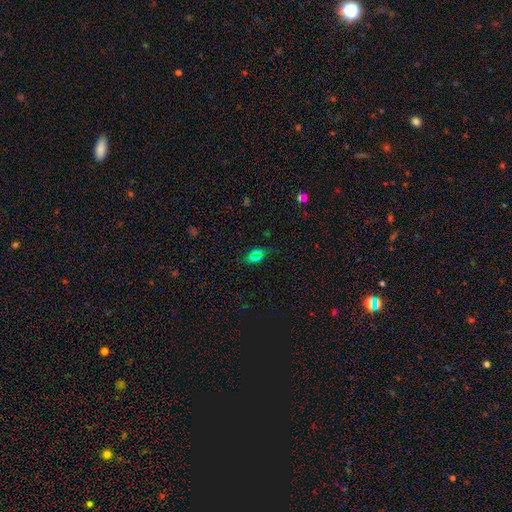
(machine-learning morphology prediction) This appears to be a smooth galaxy with no disk features (56%) that is in between round and cigar-shaped (81%). Merging: none (77%).